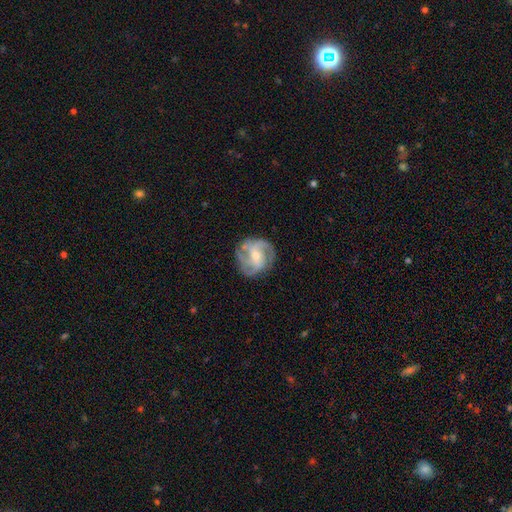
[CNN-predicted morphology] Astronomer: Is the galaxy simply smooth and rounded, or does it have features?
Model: featured or disk — 84%.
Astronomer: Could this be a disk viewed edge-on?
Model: no — 98%.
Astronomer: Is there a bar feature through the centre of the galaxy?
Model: weak — 43% (runner-up: no, 39%).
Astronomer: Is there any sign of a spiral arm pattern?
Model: yes — 95%.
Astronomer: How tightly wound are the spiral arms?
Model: medium — 49% (runner-up: tight, 32%).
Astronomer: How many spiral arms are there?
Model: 3 — 40% (runner-up: 2, 27%).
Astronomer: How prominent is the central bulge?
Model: small — 54% (runner-up: moderate, 42%).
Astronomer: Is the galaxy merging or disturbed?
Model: none — 77%.